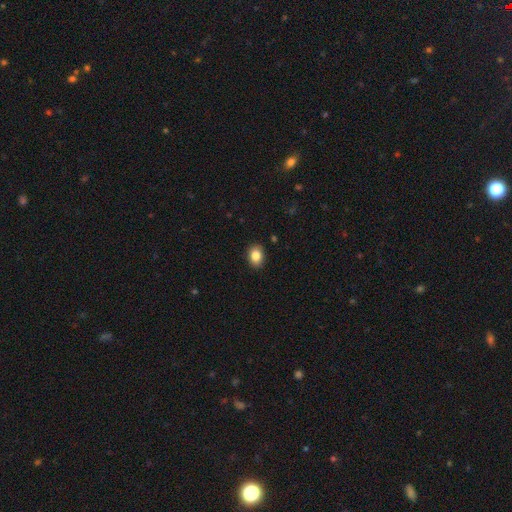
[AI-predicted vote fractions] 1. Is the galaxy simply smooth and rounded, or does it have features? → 85% smooth, 9% star or artifact, 6% featured or disk.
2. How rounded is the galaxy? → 67% in between, 32% round, 1% cigar-shaped.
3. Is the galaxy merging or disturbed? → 89% none, 8% minor disturbance, 2% major disturbance, 1% merger.